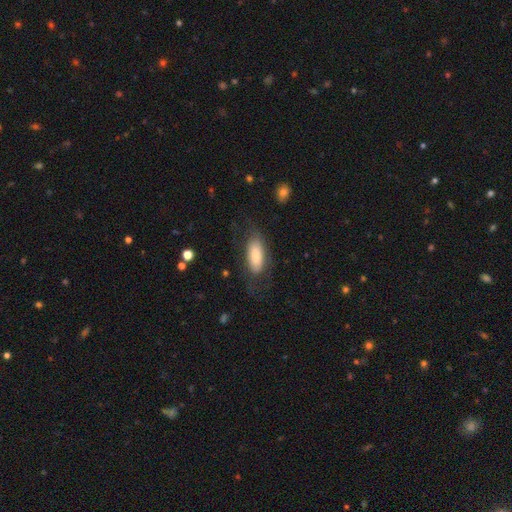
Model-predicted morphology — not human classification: Overall: smooth (72%). How rounded: in between (82%). Merging: none (65%).